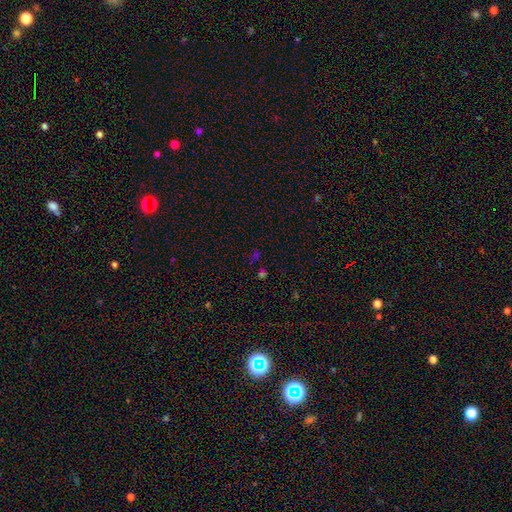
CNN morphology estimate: Q: Smooth or featured?
A: star or artifact (51%); runner-up: smooth (41%)